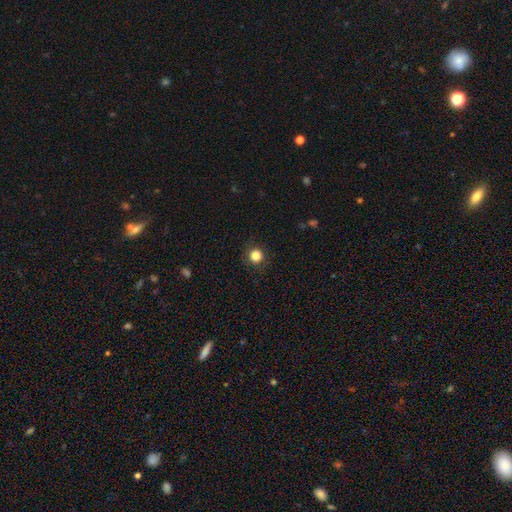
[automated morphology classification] Q: Smooth or featured?
A: smooth (84%); runner-up: star or artifact (11%)
Q: How rounded?
A: round (94%); runner-up: in between (5%)
Q: Merging?
A: none (90%); runner-up: minor disturbance (7%)